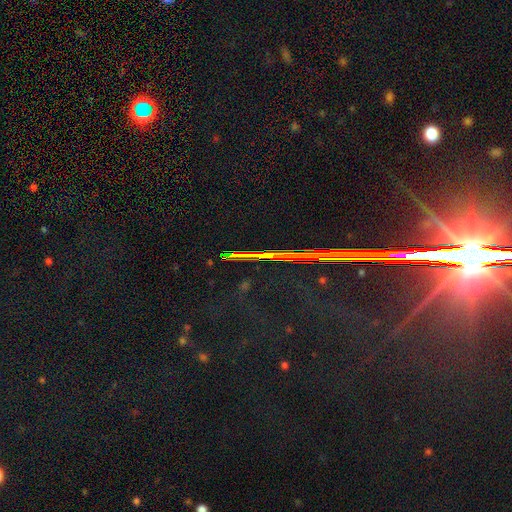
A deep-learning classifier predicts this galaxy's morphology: This appears to be a star or artifact, not a galaxy (82%).